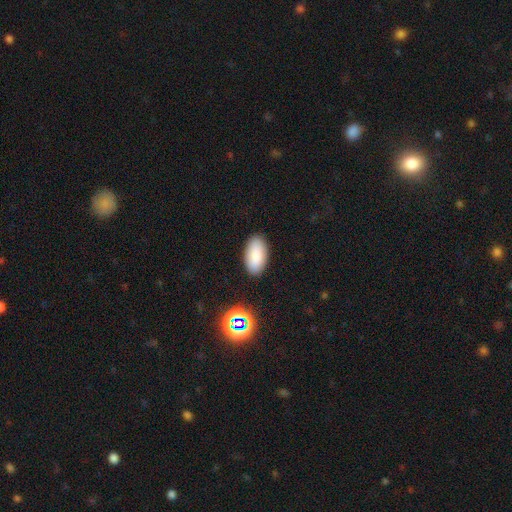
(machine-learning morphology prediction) Smooth or featured: smooth — 85% (star or artifact — 8%)
How rounded: in between — 95% (cigar-shaped — 3%)
Merging: none — 87% (minor disturbance — 9%)